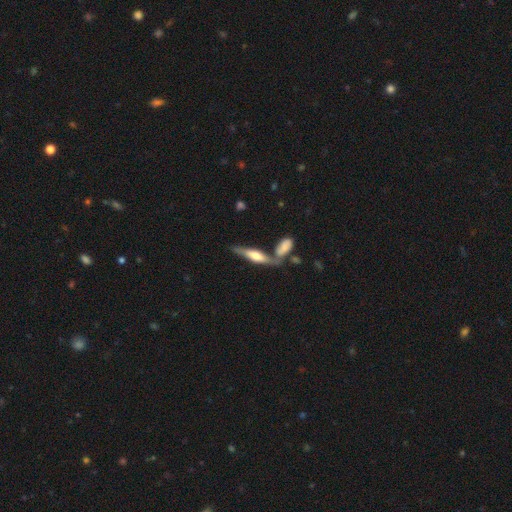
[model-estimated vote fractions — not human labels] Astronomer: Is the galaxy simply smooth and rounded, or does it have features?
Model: featured or disk — 59% (runner-up: smooth, 35%).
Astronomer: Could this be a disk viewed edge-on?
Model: yes — 87%.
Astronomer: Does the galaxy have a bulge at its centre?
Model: rounded — 72%.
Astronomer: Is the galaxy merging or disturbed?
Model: none — 49% (runner-up: merger, 31%).